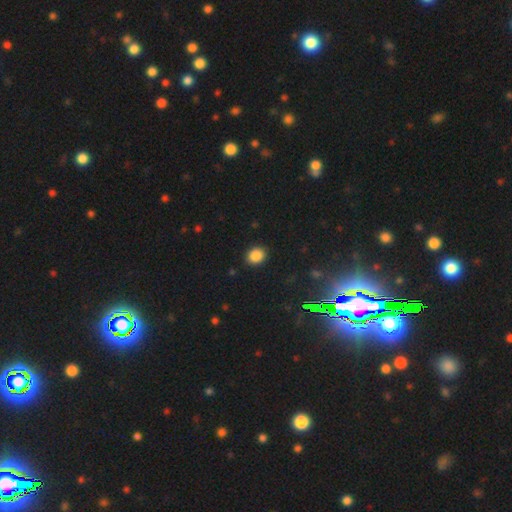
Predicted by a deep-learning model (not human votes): Q: Smooth or featured?
A: smooth (86%); runner-up: star or artifact (10%)
Q: How rounded?
A: round (57%); runner-up: in between (42%)
Q: Merging?
A: none (89%); runner-up: minor disturbance (7%)